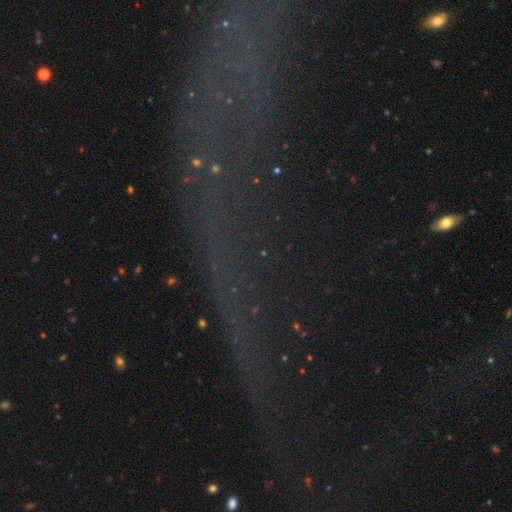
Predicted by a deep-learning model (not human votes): Overall: star or artifact (66%).